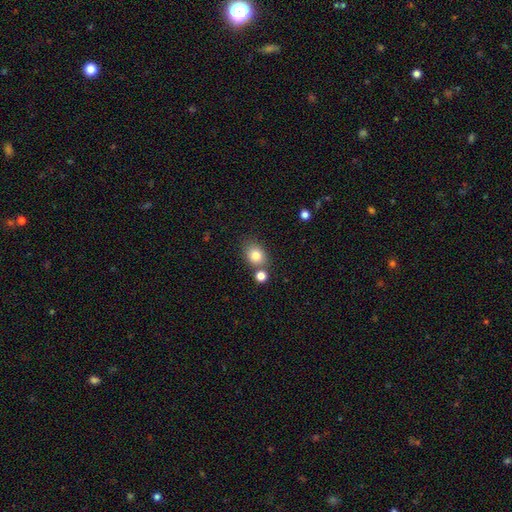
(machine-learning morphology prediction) smooth_or_featured: smooth (p=0.81) [alt: star or artifact p=0.11]
how_rounded: round (p=0.52) [alt: in between p=0.47]
merging: none (p=0.67) [alt: merger p=0.18]